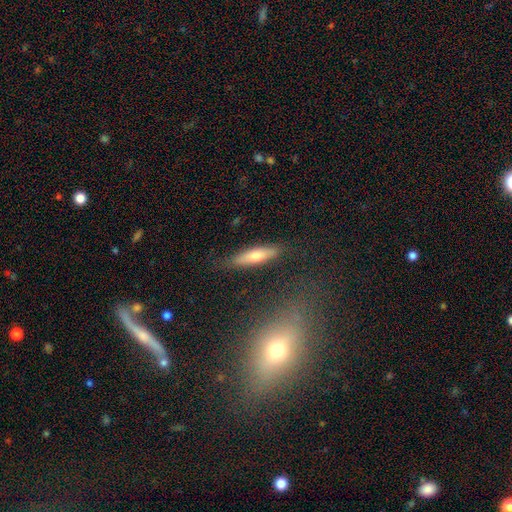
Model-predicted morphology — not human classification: A smooth galaxy with no disk features (66%) that is cigar-shaped (74%). Merging: none (84%).